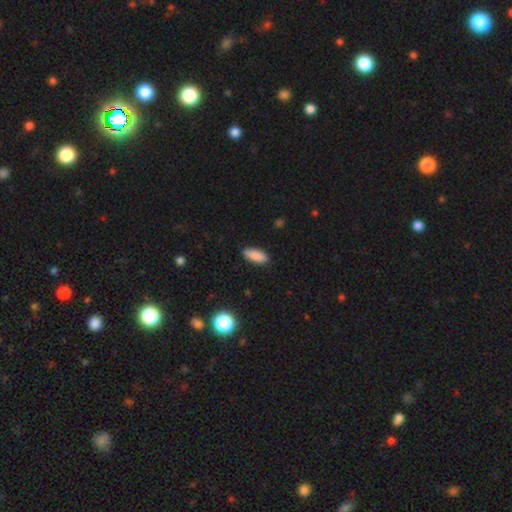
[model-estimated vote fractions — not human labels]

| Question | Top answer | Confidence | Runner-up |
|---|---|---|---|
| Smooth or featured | smooth | 88% | star or artifact (7%) |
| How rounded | in between | 76% | cigar-shaped (22%) |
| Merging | none | 89% | minor disturbance (8%) |